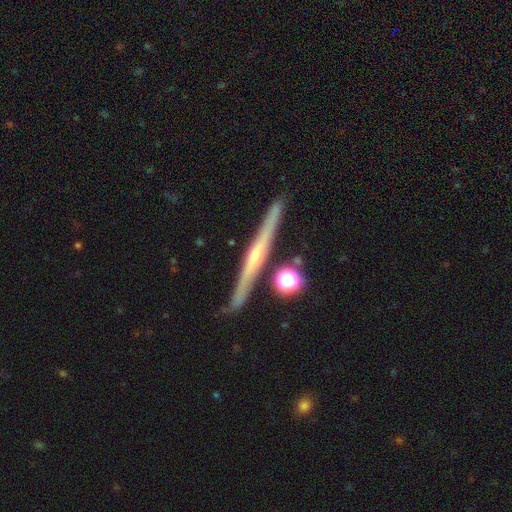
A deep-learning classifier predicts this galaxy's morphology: The model was most divided on "edge-on bulge": rounded: 58%, none: 35%, boxy: 7%. More confident: edge-on disk — yes (97%); merging — none (86%); smooth or featured — featured or disk (74%).